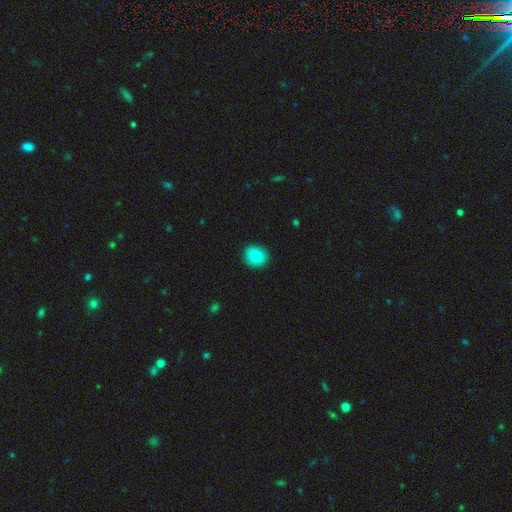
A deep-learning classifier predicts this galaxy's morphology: smooth-or-featured: smooth: 81% | featured or disk: 11% | star or artifact: 8%
  how-rounded: round: 79% | in between: 20% | cigar-shaped: 1%
  merging: none: 91% | minor disturbance: 6% | major disturbance: 2% | merger: 1%